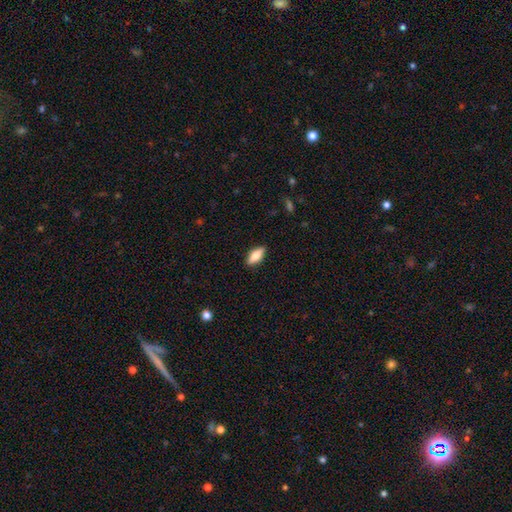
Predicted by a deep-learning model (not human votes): Smooth or featured: smooth — 74% (featured or disk — 19%)
How rounded: in between — 75% (cigar-shaped — 22%)
Merging: none — 88% (minor disturbance — 9%)